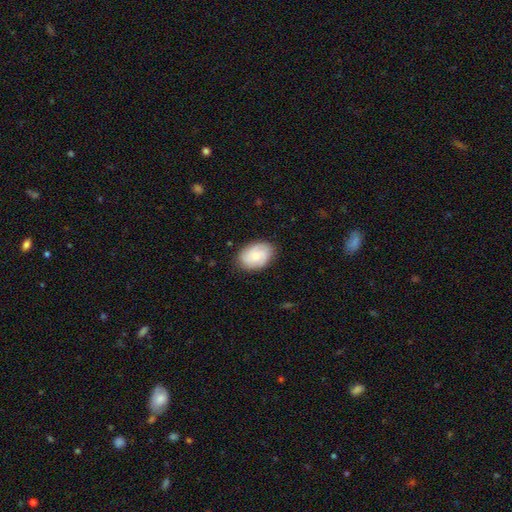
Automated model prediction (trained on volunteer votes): Overall: smooth (53%; featured or disk 41%). How rounded: in between (82%). Merging: none (83%).